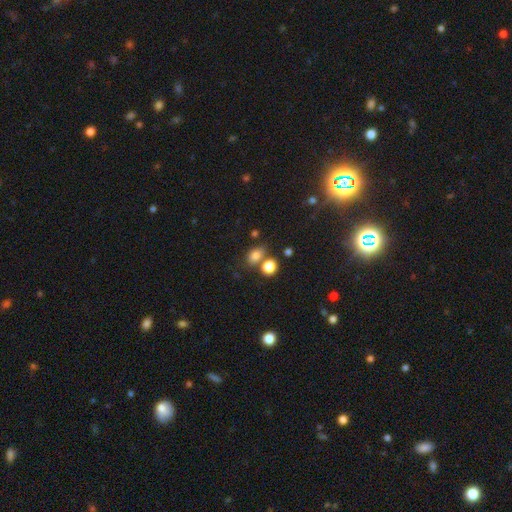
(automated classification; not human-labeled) A smooth galaxy with no disk features (80%) that is in between round and cigar-shaped (70%).

Vote fractions:
- Smooth or featured? smooth: 80% / star or artifact: 13% / featured or disk: 7%
- How rounded? in between: 70% / round: 29% / cigar-shaped: 2%
- Merging? none: 60% / merger: 23% / minor disturbance: 13% / major disturbance: 5%